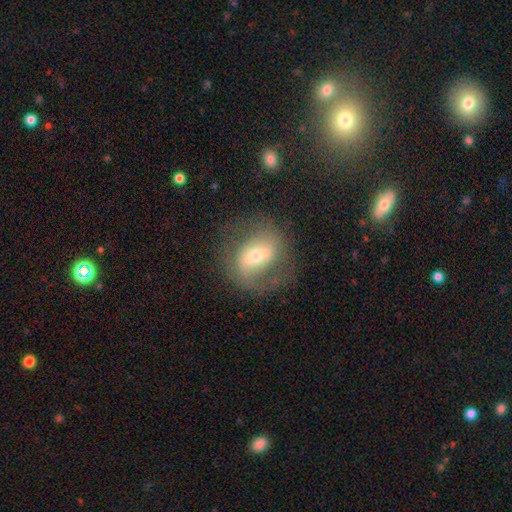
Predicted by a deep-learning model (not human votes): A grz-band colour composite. It shows a featured or disk galaxy (56%) with a weak bar (38%), spiral arms (57%) and a moderate central bulge (56%). Merging: none (65%).